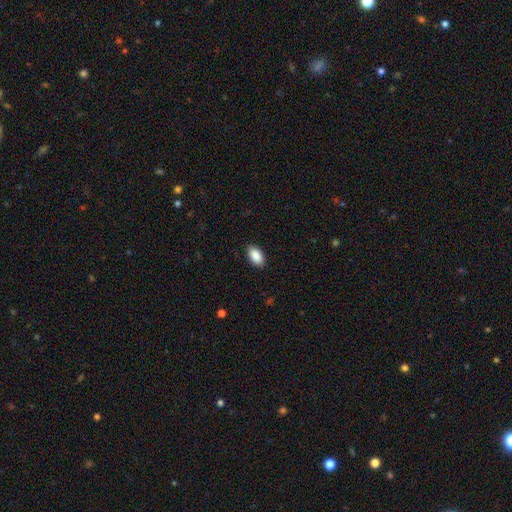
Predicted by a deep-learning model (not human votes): Smooth or featured?
  - smooth: 90% *
  - star or artifact: 7%
  - featured or disk: 4%
How rounded?
  - in between: 94% *
  - round: 4%
  - cigar-shaped: 2%
Merging?
  - none: 89% *
  - minor disturbance: 8%
  - major disturbance: 2%
  - merger: 1%